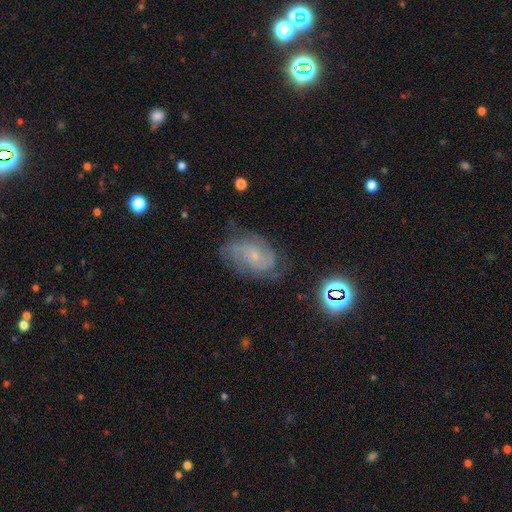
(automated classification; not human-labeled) Morphology: type=featured or disk (72%); edge-on=no (97%); bar=no (68%); spiral arms=yes (92%); winding=tight (44%); arm count=2 (36%); bulge=small (78%); merging=none (65%).